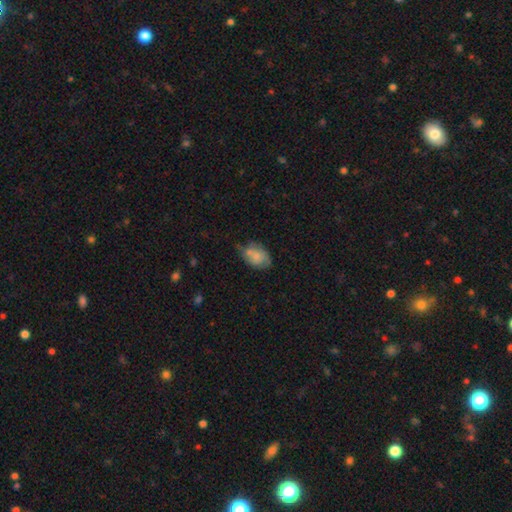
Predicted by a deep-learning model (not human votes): A smooth galaxy with no disk features (66%) that is in between round and cigar-shaped (82%). Merging: none (41%).